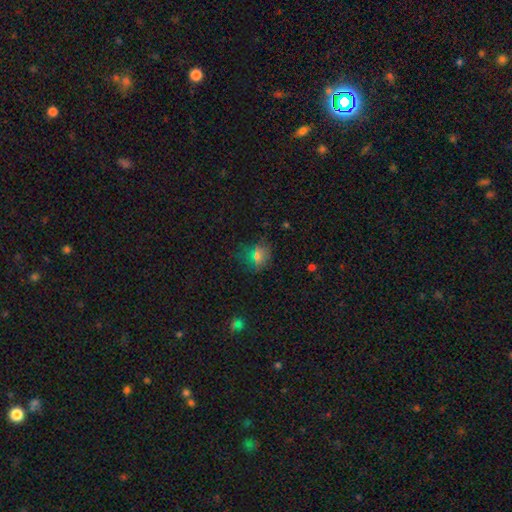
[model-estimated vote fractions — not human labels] A smooth galaxy with no disk features (61%) that is round (67%).

Vote fractions:
- Smooth or featured? smooth: 61% / star or artifact: 30% / featured or disk: 9%
- How rounded? round: 67% / in between: 30% / cigar-shaped: 2%
- Merging? none: 81% / minor disturbance: 13% / major disturbance: 5% / merger: 2%